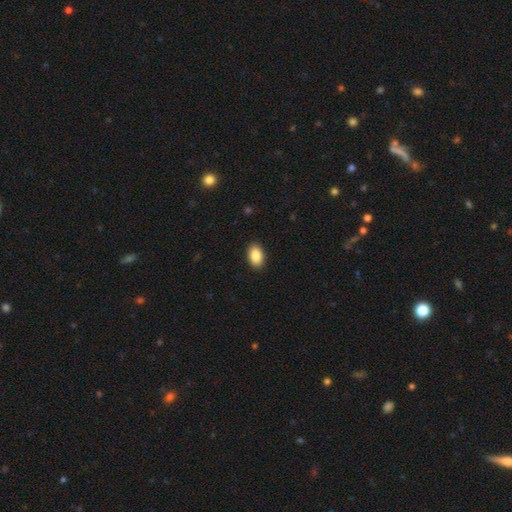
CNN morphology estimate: smooth 89%, star or artifact 7%, featured or disk 4%. Down the decision tree: how rounded — in between (92%); merging — none (90%).